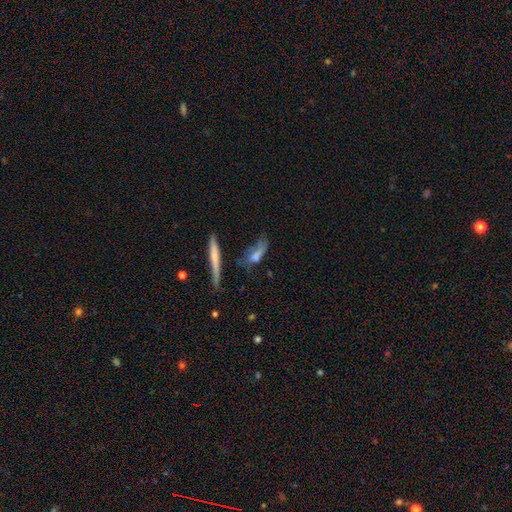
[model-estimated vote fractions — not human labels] A smooth galaxy with no disk features (53%) that is cigar-shaped (58%).

Vote fractions:
- Smooth or featured? smooth: 53% / featured or disk: 36% / star or artifact: 10%
- How rounded? cigar-shaped: 58% / in between: 37% / round: 6%
- Merging? none: 42% / minor disturbance: 24% / major disturbance: 19% / merger: 14%